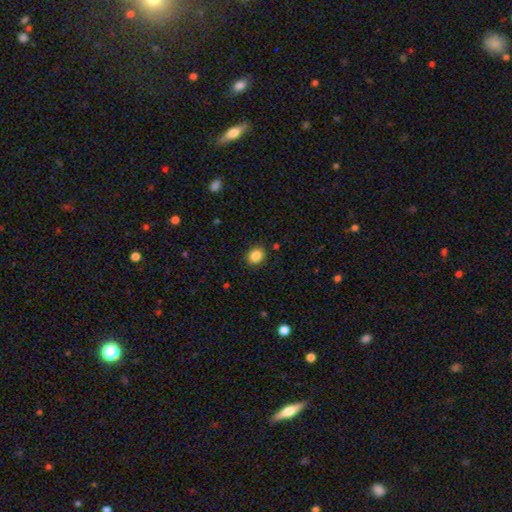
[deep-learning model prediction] Smooth or featured? Predicted: smooth (p=0.87). How rounded? Predicted: round (p=0.63). Merging? Predicted: none (p=0.88).